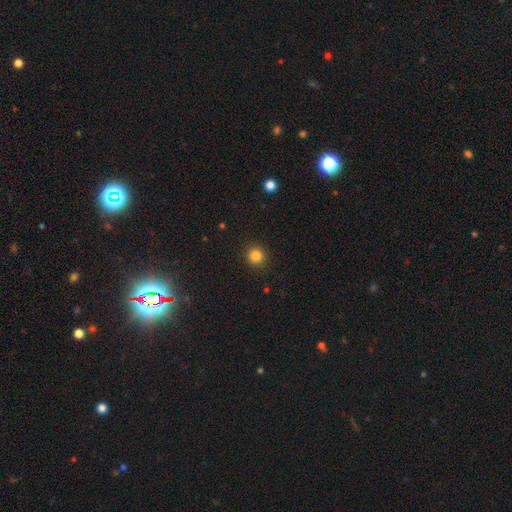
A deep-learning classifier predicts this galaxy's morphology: smooth_or_featured: smooth (p=0.84) [alt: star or artifact p=0.12]
how_rounded: round (p=0.94) [alt: in between p=0.05]
merging: none (p=0.92) [alt: minor disturbance p=0.05]